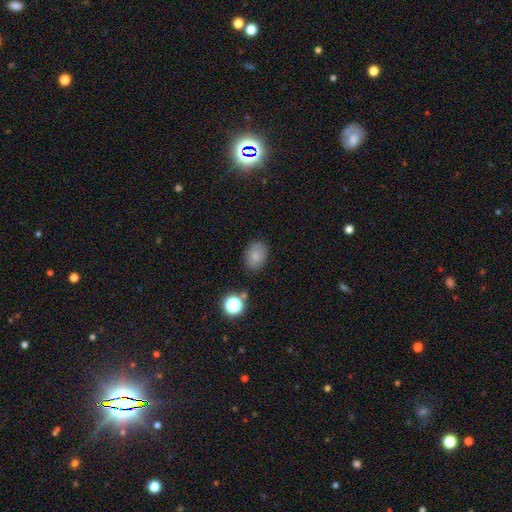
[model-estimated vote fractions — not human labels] Smooth or featured: smooth — 79% (star or artifact — 12%)
How rounded: in between — 62% (round — 37%)
Merging: none — 78% (minor disturbance — 15%)